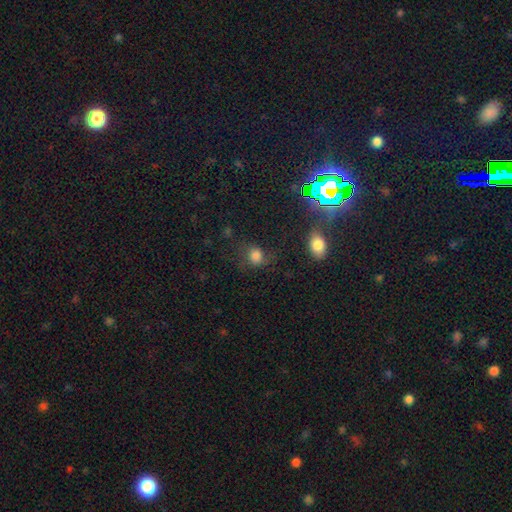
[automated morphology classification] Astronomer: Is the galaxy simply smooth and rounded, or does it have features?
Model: smooth — 76%.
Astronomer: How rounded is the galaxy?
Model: round — 67%.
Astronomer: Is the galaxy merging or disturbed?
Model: none — 61%.